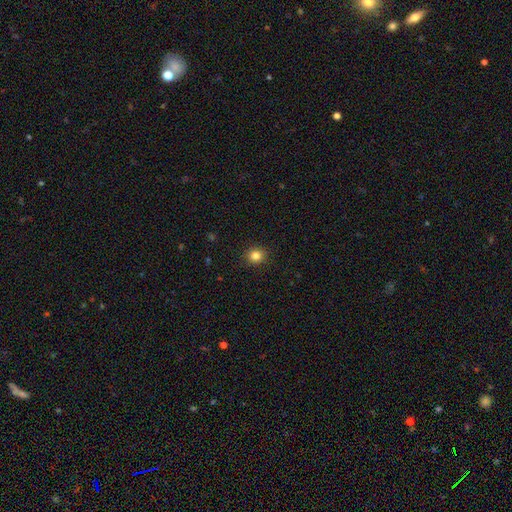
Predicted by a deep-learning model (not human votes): smooth-or-featured: smooth: 83% | star or artifact: 12% | featured or disk: 5%
  how-rounded: round: 85% | in between: 14% | cigar-shaped: 1%
  merging: none: 91% | minor disturbance: 6% | major disturbance: 2% | merger: 1%